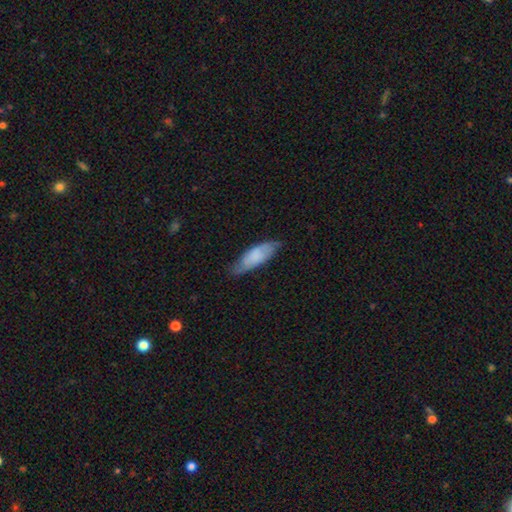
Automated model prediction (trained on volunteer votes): This is likely a smooth galaxy (73%). How rounded: likely in between (63%). Merging: likely none (66%).